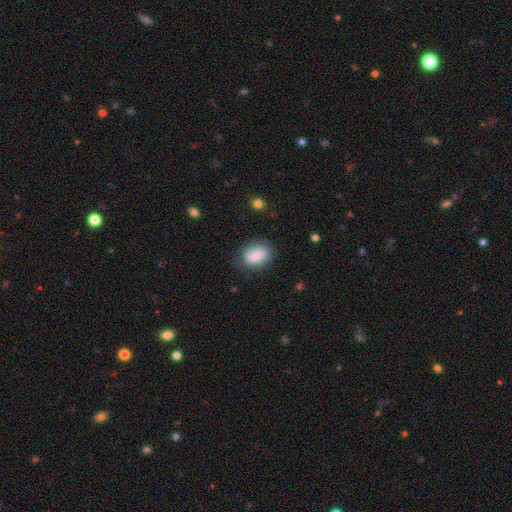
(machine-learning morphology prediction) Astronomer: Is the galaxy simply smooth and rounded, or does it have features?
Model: smooth — 80%.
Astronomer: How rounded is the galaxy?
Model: in between — 68%.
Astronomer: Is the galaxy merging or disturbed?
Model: none — 76%.